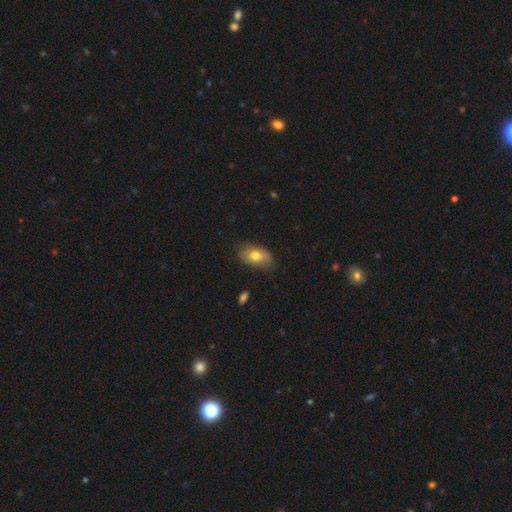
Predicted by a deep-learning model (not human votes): smooth 76%, featured or disk 16%, star or artifact 8%. Down the decision tree: how rounded — in between (89%); merging — none (79%).